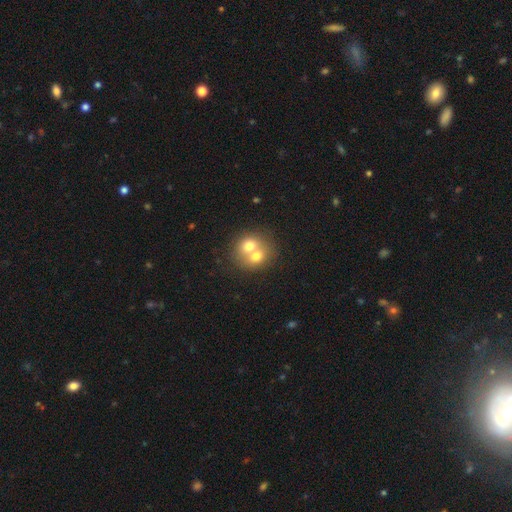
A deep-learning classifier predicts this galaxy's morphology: Smooth or featured? smooth (67%)
How rounded? round (69%)
Merging? merger (70%)